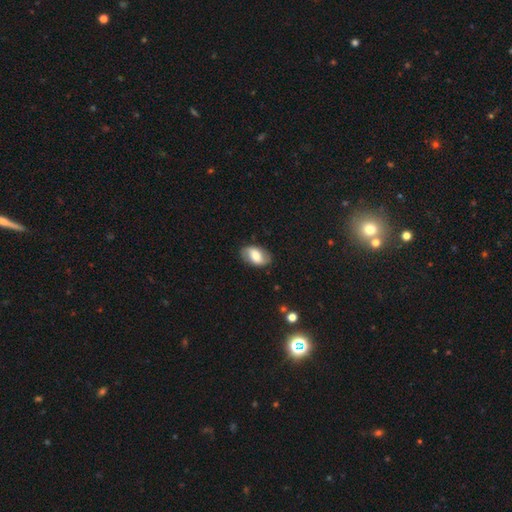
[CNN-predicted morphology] A smooth galaxy with no disk features (58%) that is in between round and cigar-shaped (91%). Merging: none (81%).